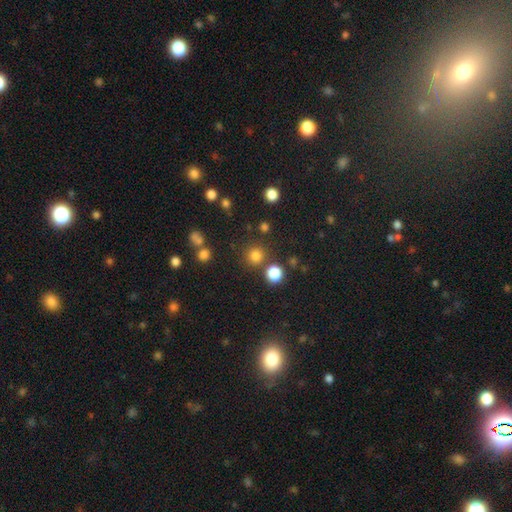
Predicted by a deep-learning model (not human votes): Smooth or featured? Predicted: smooth (p=0.79). How rounded? Predicted: round (p=0.93). Merging? Predicted: none (p=0.83).